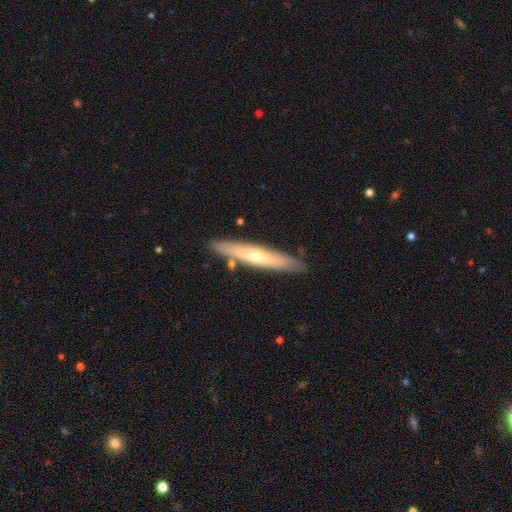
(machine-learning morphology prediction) A featured or disk galaxy (61%) viewed edge-on (84%) with a rounded central bulge (77%). Merging: none (86%).